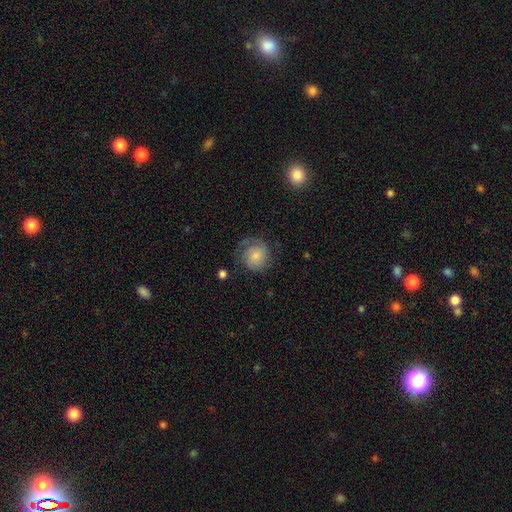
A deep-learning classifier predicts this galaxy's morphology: Smooth or featured? Predicted: smooth (p=0.51). How rounded? Predicted: round (p=0.87). Merging? Predicted: none (p=0.66).